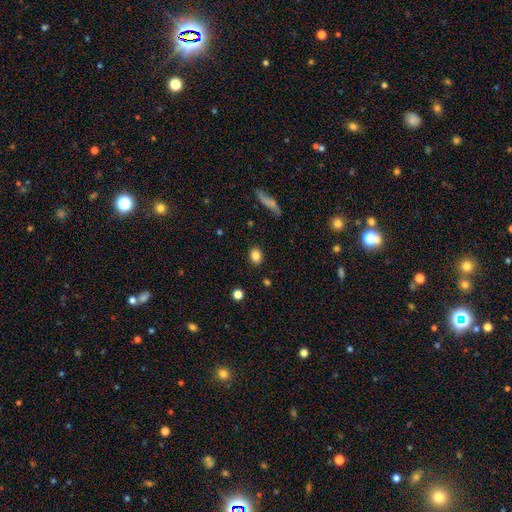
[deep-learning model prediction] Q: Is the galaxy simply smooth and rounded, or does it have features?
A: smooth — 84%.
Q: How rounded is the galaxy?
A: in between — 59%.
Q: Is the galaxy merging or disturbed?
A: none — 87%.